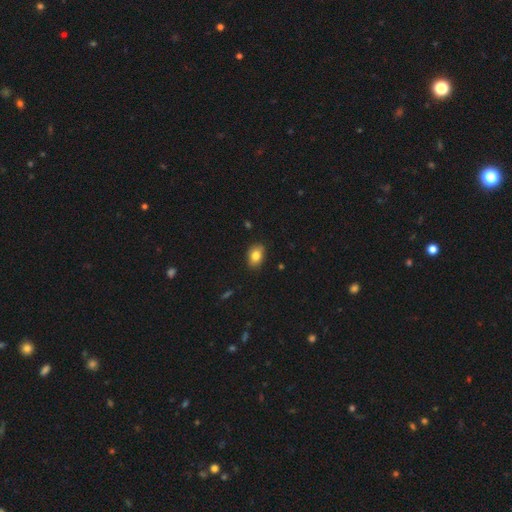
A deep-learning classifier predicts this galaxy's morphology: smooth_or_featured: smooth (p=0.82) [alt: featured or disk p=0.10]
how_rounded: in between (p=0.76) [alt: round p=0.23]
merging: none (p=0.85) [alt: minor disturbance p=0.12]